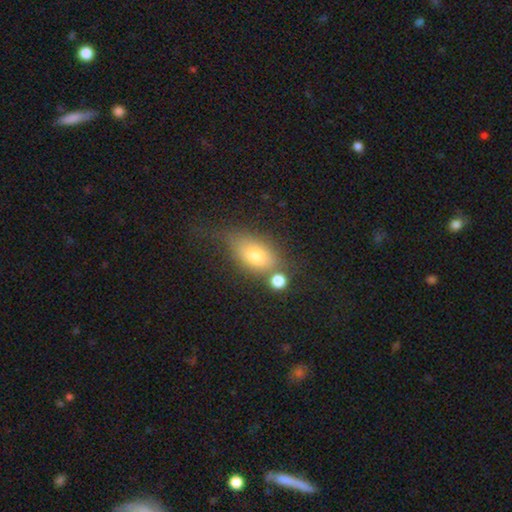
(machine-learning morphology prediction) This is likely a smooth galaxy (70%). How rounded: likely in between (79%). Merging: marginally none (45%).